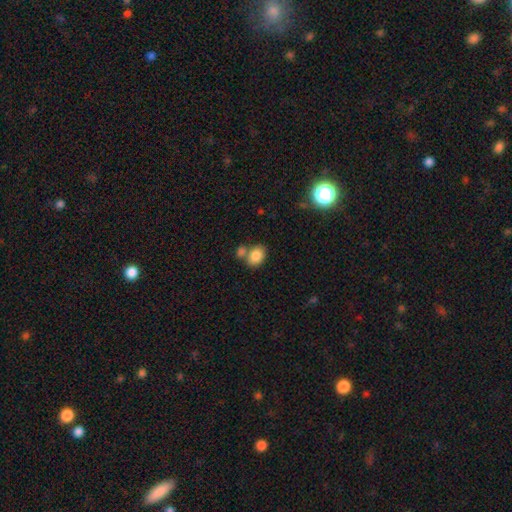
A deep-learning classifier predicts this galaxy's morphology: This appears to be a smooth galaxy with no disk features (84%) that is in between round and cigar-shaped (70%). Merging: none (52%).